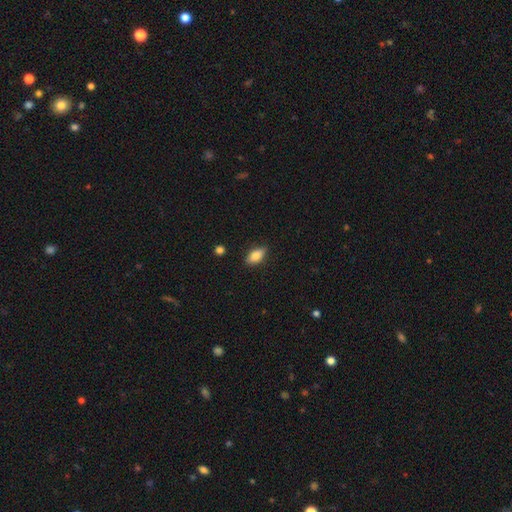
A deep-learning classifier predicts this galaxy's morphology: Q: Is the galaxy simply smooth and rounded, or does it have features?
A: smooth — 83%.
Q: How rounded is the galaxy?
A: in between — 89%.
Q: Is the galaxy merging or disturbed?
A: none — 86%.